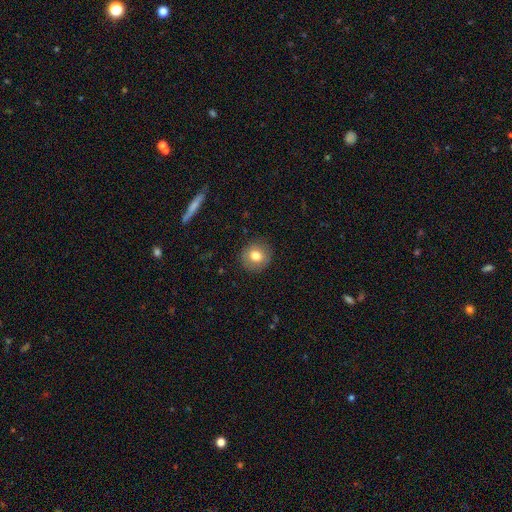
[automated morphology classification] The model was most divided on "smooth or featured": smooth: 77%, featured or disk: 13%, star or artifact: 9%. More confident: how rounded — round (90%); merging — none (90%).